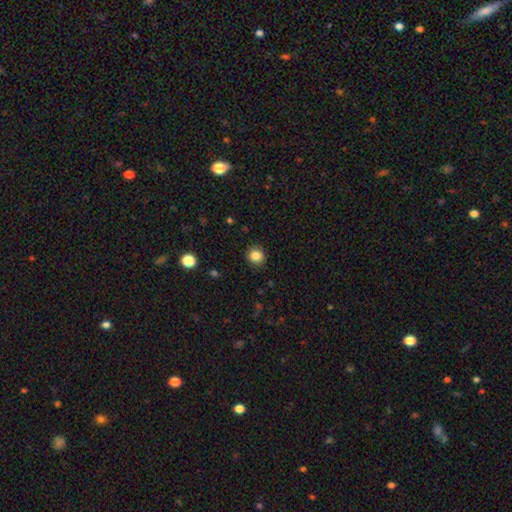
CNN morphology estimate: type=smooth (85%); roundness=round (86%); merging=none (89%).